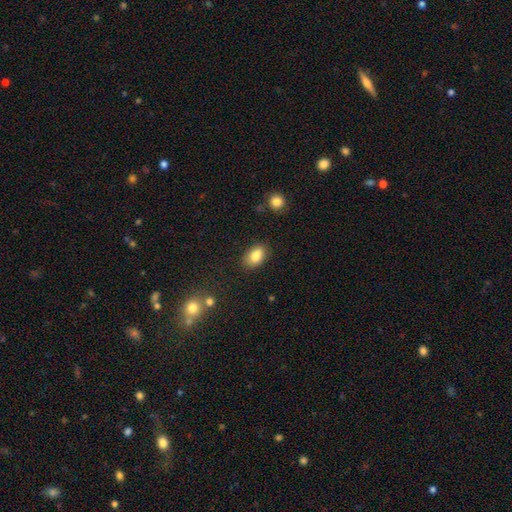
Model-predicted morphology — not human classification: smooth_or_featured: smooth (p=0.84) [alt: star or artifact p=0.08]
how_rounded: in between (p=0.88) [alt: round p=0.10]
merging: none (p=0.81) [alt: minor disturbance p=0.13]